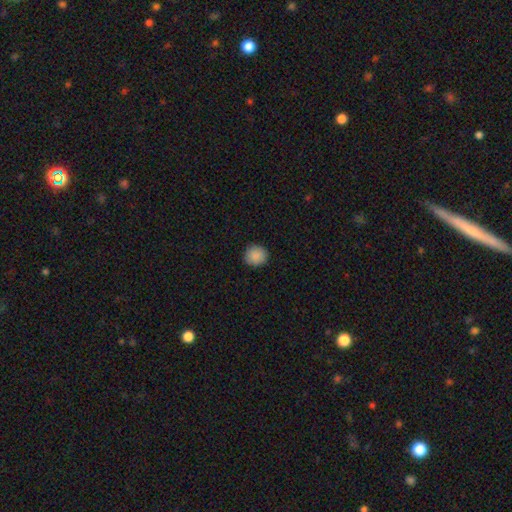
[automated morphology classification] Smooth or featured? smooth (89%)
How rounded? round (89%)
Merging? none (90%)